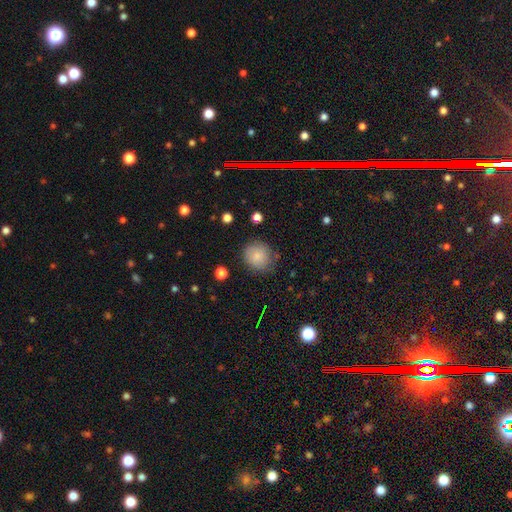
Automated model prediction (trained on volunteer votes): Smooth or featured: smooth — 82% (featured or disk — 9%)
How rounded: round — 84% (in between — 15%)
Merging: none — 76% (minor disturbance — 17%)